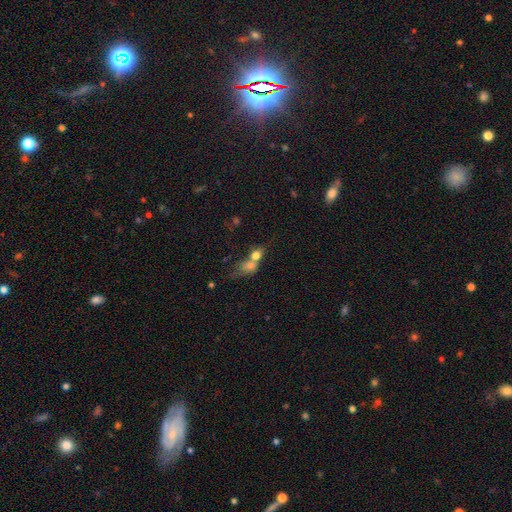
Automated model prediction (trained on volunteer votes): Smooth or featured: smooth — 71% (featured or disk — 18%)
How rounded: round — 49% (in between — 46%)
Merging: merger — 67% (none — 18%)